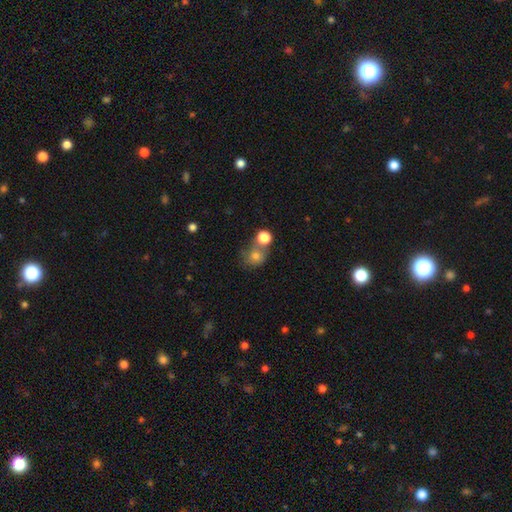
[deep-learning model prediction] The model was most divided on "merging": none: 44%, merger: 36%, minor disturbance: 13%, major disturbance: 7%. More confident: smooth or featured — smooth (76%); how rounded — round (74%).